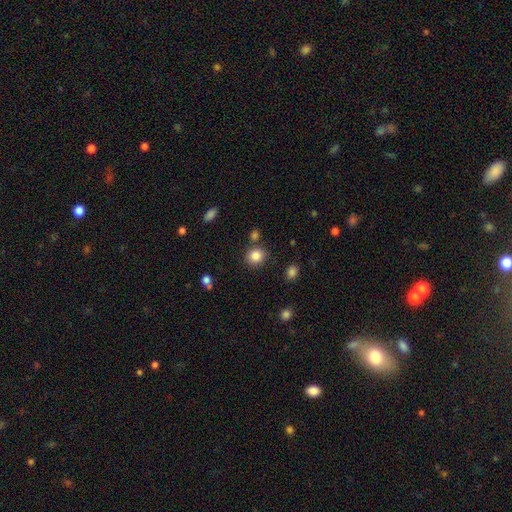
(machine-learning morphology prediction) Overall: smooth (85%). How rounded: round (84%). Merging: none (81%).